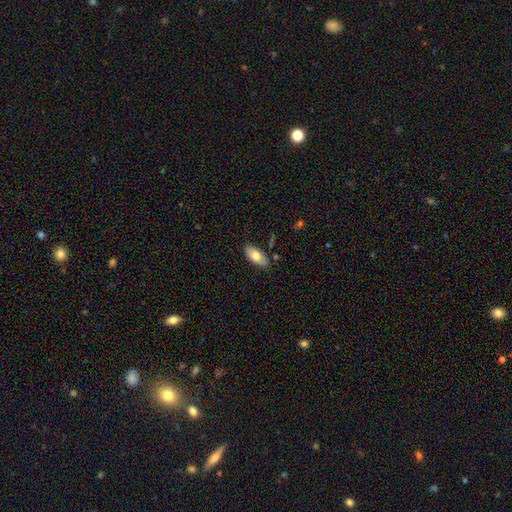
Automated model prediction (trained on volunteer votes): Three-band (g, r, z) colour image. It shows a smooth galaxy with no disk features (71%) that is in between round and cigar-shaped (92%). Merging: none (79%).